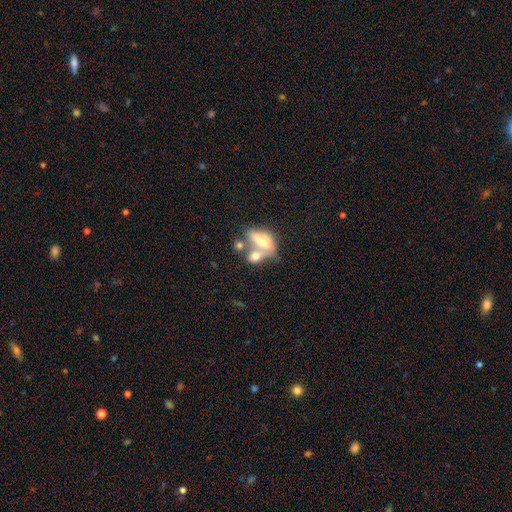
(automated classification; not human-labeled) This appears to be a smooth galaxy with no disk features (62%) that is in between round and cigar-shaped (74%). Merging: merger (59%).